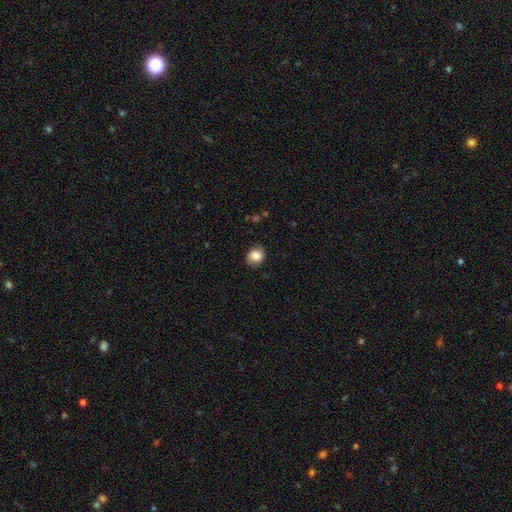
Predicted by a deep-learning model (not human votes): Morphology: type=smooth (84%); roundness=round (69%); merging=none (83%).